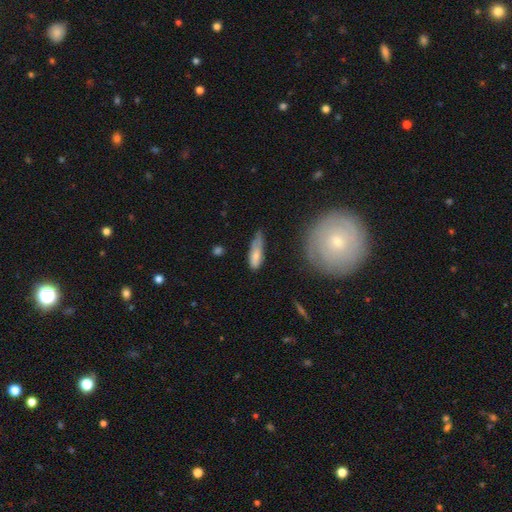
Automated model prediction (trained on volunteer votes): smooth-or-featured: smooth: 71% | featured or disk: 22% | star or artifact: 7%
  how-rounded: in between: 53% | cigar-shaped: 44% | round: 2%
  merging: minor disturbance: 42% | none: 39% | major disturbance: 16% | merger: 4%